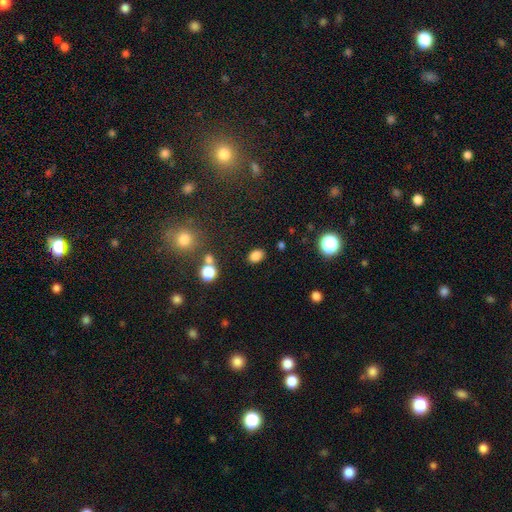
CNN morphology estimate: Overall: smooth (82%). How rounded: in between (75%). Merging: none (83%).